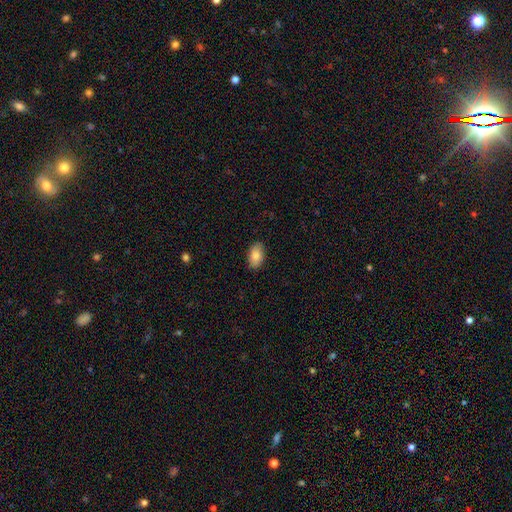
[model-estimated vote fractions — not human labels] A smooth galaxy with no disk features (85%) that is in between round and cigar-shaped (93%). Merging: none (88%).